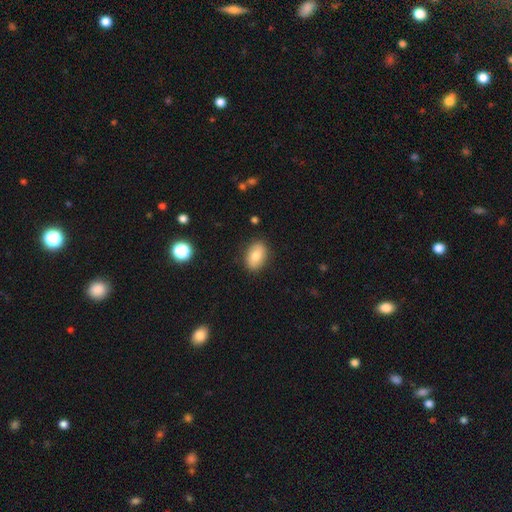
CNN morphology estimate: type=smooth (78%); roundness=in between (86%); merging=none (86%).